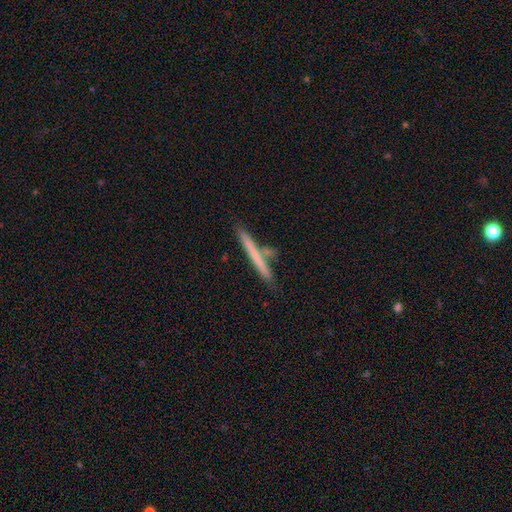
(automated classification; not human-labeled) This is possibly a smooth galaxy (58%). How rounded: clearly cigar-shaped (96%). Merging: likely none (73%).